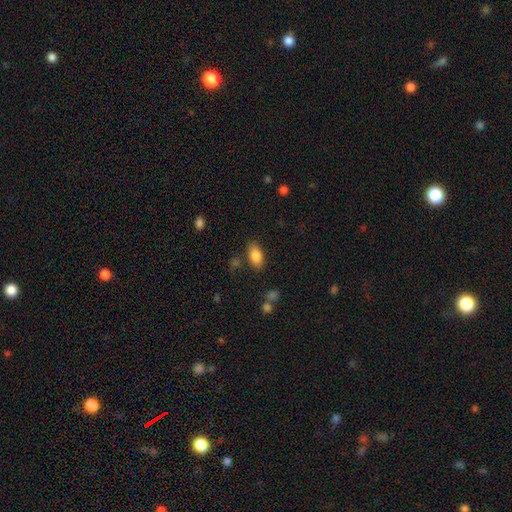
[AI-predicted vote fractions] The model was most divided on "merging": none: 80%, minor disturbance: 13%, major disturbance: 4%, merger: 4%. More confident: how rounded — in between (90%); smooth or featured — smooth (84%).